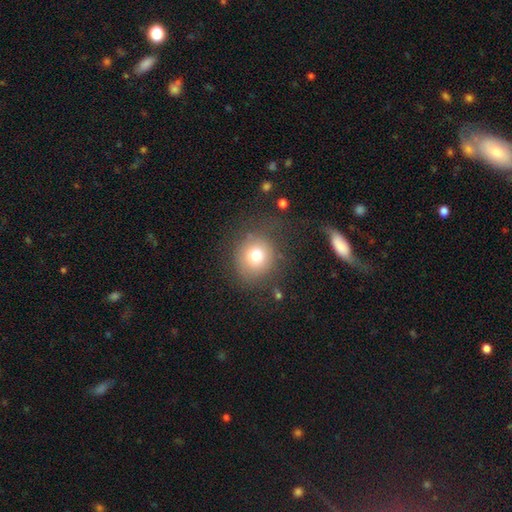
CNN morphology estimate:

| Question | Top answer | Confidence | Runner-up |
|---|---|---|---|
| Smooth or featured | smooth | 73% | featured or disk (15%) |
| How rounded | round | 86% | in between (13%) |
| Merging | none | 71% | minor disturbance (16%) |